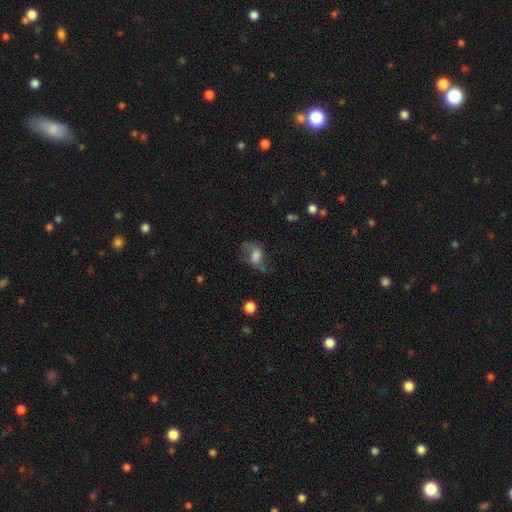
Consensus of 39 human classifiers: smooth-or-featured: featured or disk: 54% | smooth: 44% | star or artifact: 3%
  disk-edge-on: no: 90% | yes: 10%
    bar: weak: 74% | no: 21% | strong: 5%
    has-spiral-arms: yes: 79% | no: 21%
      spiral-winding: loose: 67% | medium: 27% | tight: 7%
      spiral-arm-count: 2: 80% | can't tell: 13% | 1: 7% | 3: 0% | 4: 0% | more than 4: 0%
    bulge-size: large: 42% | none: 26% | moderate: 21% | dominant: 5% | small: 5%
  merging: none: 58% | major disturbance: 29% | minor disturbance: 13% | merger: 0%